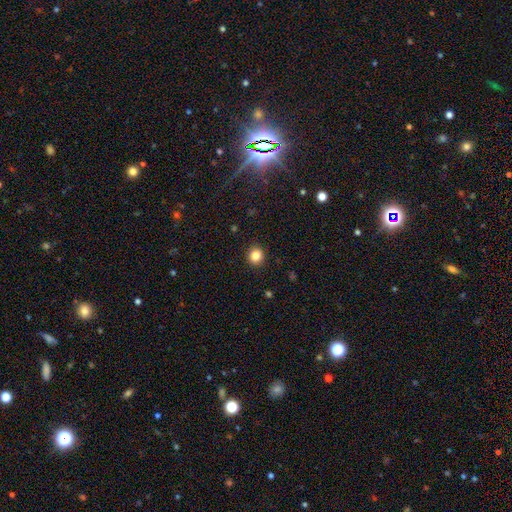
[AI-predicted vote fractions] smooth 84%, star or artifact 11%, featured or disk 5%. Down the decision tree: how rounded — round (88%); merging — none (92%).